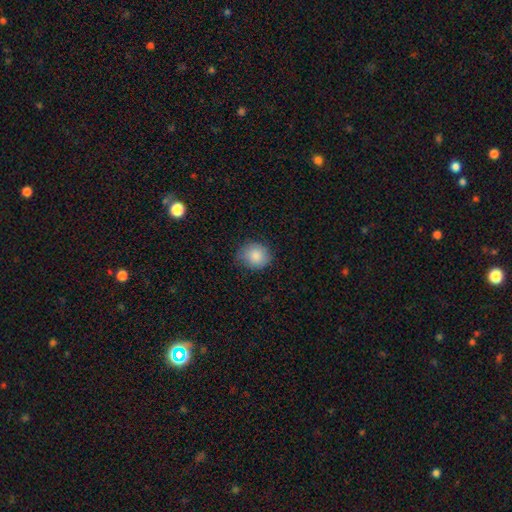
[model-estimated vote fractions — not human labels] Smooth or featured?
  - smooth: 86% *
  - star or artifact: 8%
  - featured or disk: 6%
How rounded?
  - round: 76% *
  - in between: 23%
  - cigar-shaped: 1%
Merging?
  - none: 78% *
  - minor disturbance: 18%
  - major disturbance: 3%
  - merger: 1%